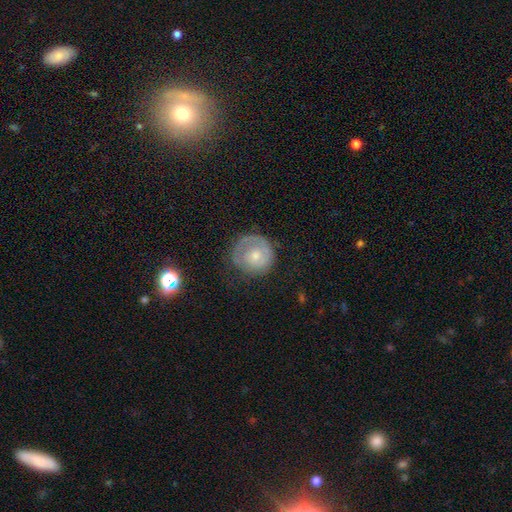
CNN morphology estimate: This appears to be a smooth galaxy with no disk features (52%) that is round (88%). Merging: none (61%).